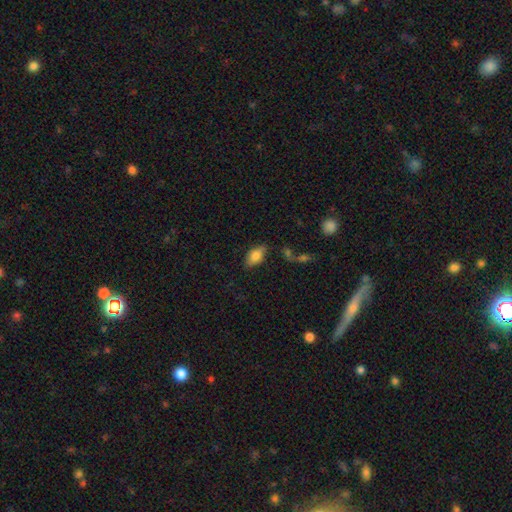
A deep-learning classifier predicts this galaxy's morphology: Smooth or featured: smooth — 80% (featured or disk — 12%)
How rounded: in between — 90% (cigar-shaped — 6%)
Merging: none — 76% (minor disturbance — 15%)